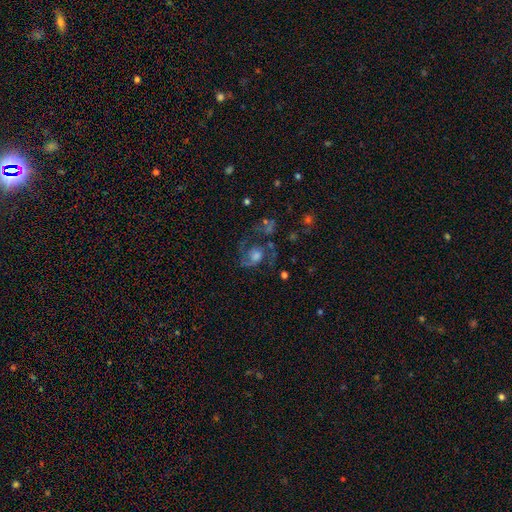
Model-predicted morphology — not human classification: Smooth or featured? featured or disk (66%)
Edge-on disk? no (97%)
Bar? no (75%)
Spiral arms? yes (80%)
Spiral winding? medium (47%)
Spiral arm count? 2 (67%)
Bulge size? moderate (41%)
Merging? none (46%)